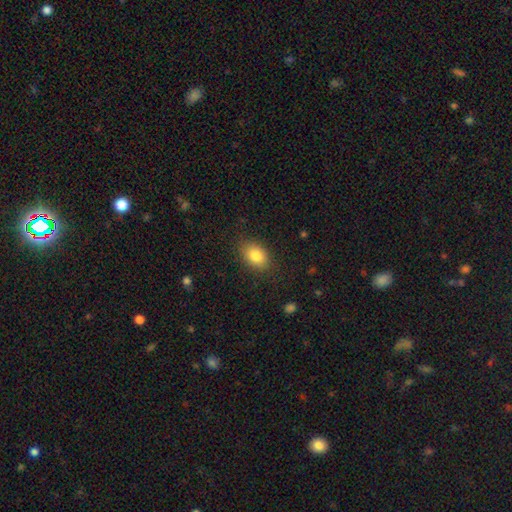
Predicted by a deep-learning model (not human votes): Smooth or featured? smooth (83%)
How rounded? in between (82%)
Merging? none (84%)